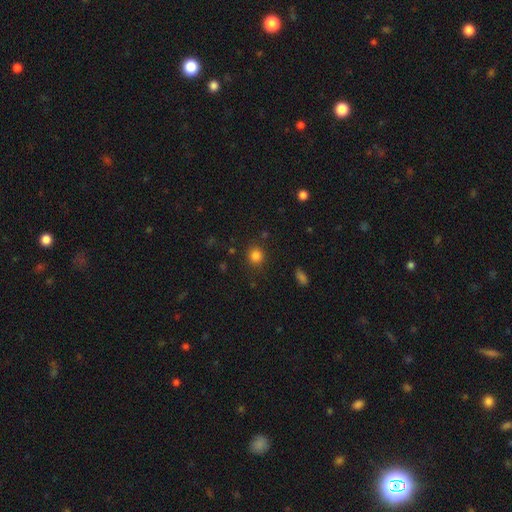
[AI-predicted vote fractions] A smooth galaxy with no disk features (83%) that is round (87%). Merging: none (87%).